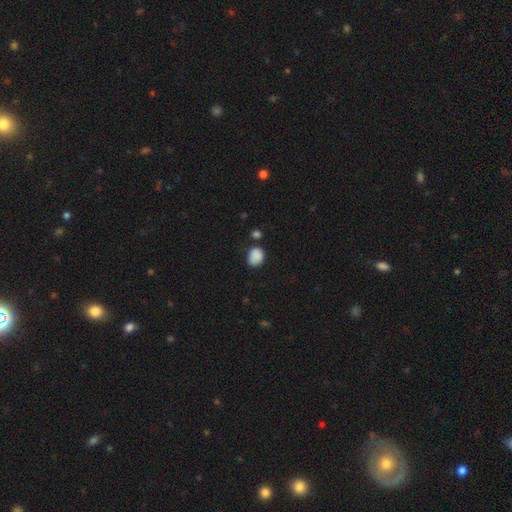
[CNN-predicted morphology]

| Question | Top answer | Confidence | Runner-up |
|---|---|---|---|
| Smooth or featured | smooth | 87% | star or artifact (9%) |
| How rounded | in between | 59% | round (40%) |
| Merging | none | 66% | minor disturbance (23%) |